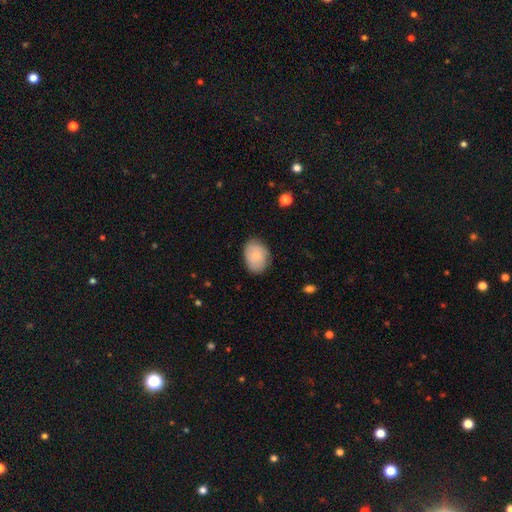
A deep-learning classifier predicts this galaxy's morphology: A smooth galaxy with no disk features (75%) that is in between round and cigar-shaped (74%). Merging: none (73%).